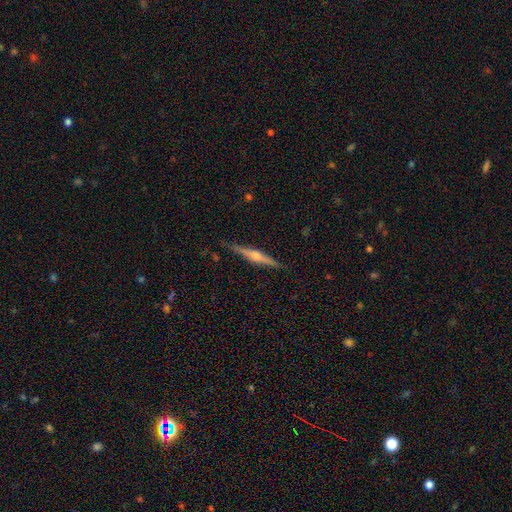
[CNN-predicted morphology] Smooth or featured? featured or disk (74%)
Edge-on disk? yes (98%)
Edge-on bulge? rounded (86%)
Merging? none (89%)